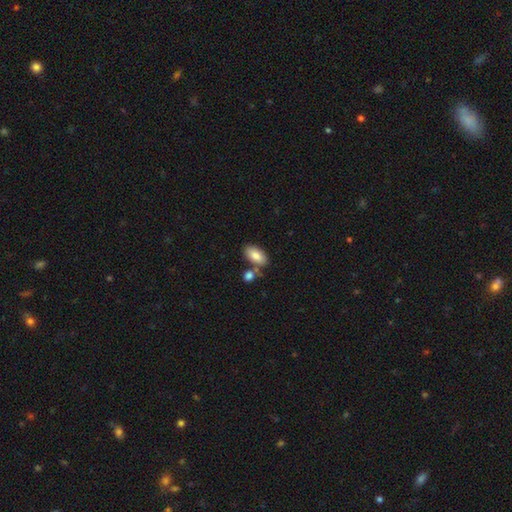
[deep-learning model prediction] smooth_or_featured: smooth (p=0.83) [alt: featured or disk p=0.11]
how_rounded: in between (p=0.93) [alt: cigar-shaped p=0.04]
merging: none (p=0.70) [alt: merger p=0.16]